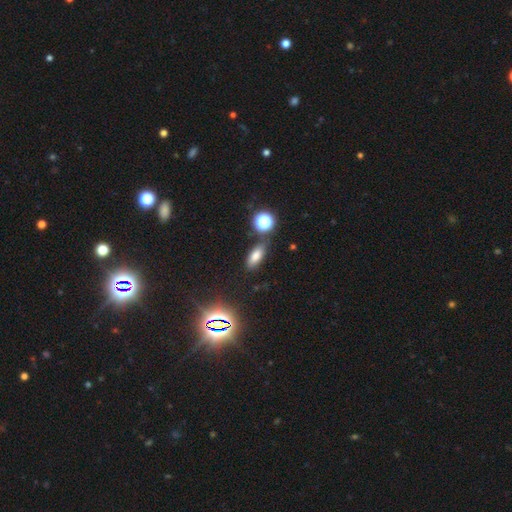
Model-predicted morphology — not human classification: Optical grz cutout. It shows a smooth galaxy with no disk features (69%) that is in between round and cigar-shaped (73%). Merging: none (77%).